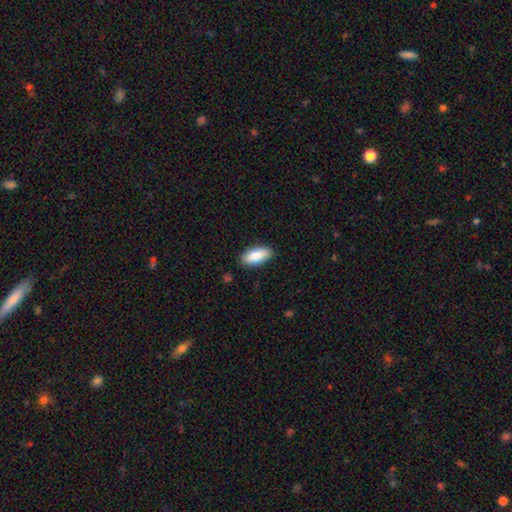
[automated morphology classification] type=smooth (84%); roundness=in between (89%); merging=none (88%).